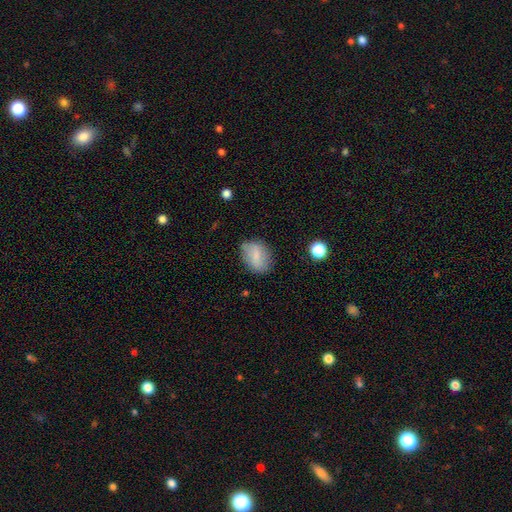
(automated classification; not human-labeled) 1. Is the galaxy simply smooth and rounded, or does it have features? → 70% smooth, 22% featured or disk, 8% star or artifact.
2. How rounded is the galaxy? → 74% in between, 24% round, 2% cigar-shaped.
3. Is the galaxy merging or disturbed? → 74% none, 19% minor disturbance, 5% major disturbance, 2% merger.